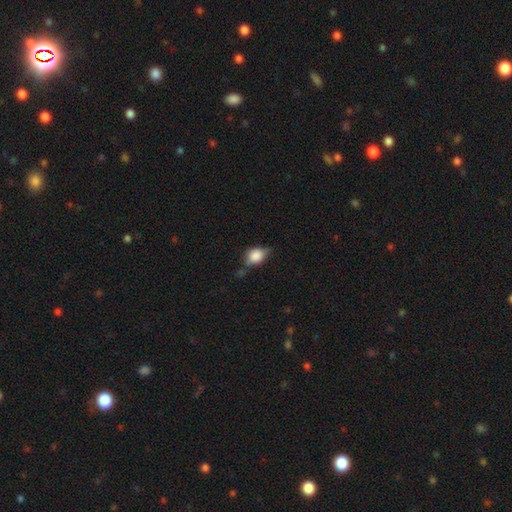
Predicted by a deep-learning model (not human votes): A smooth galaxy with no disk features (75%) that is in between round and cigar-shaped (52%).

Vote fractions:
- Smooth or featured? smooth: 75% / featured or disk: 16% / star or artifact: 9%
- How rounded? in between: 52% / round: 46% / cigar-shaped: 2%
- Merging? none: 44% / minor disturbance: 35% / major disturbance: 12% / merger: 9%